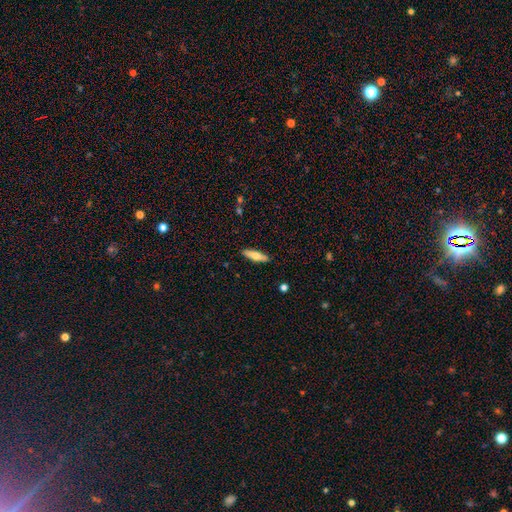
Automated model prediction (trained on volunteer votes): smooth_or_featured: smooth (p=0.63) [alt: featured or disk p=0.32]
how_rounded: cigar-shaped (p=0.64) [alt: in between p=0.34]
merging: none (p=0.89) [alt: minor disturbance p=0.08]